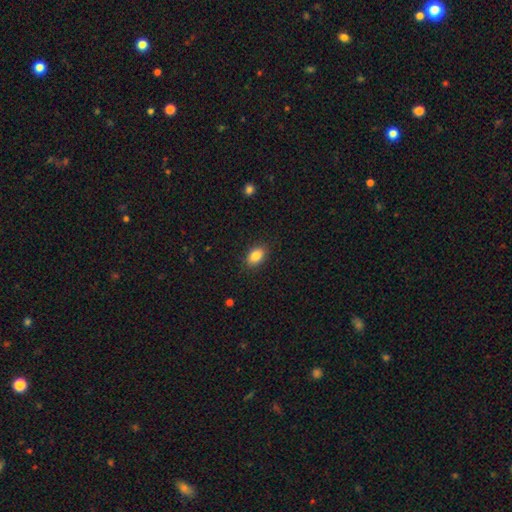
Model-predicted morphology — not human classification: smooth 86%, star or artifact 8%, featured or disk 6%. Down the decision tree: how rounded — in between (85%); merging — none (87%).